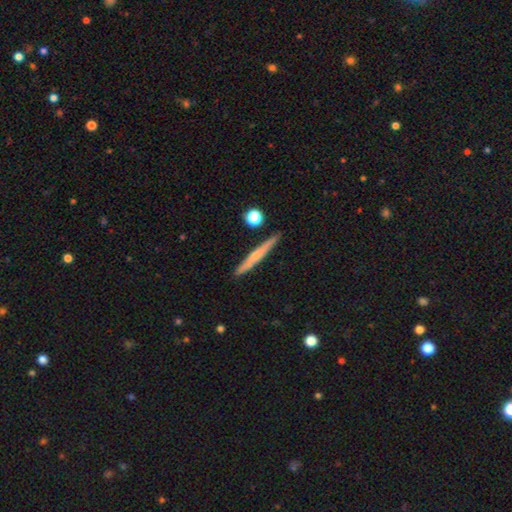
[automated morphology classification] Smooth or featured? smooth (47%)
Merging? none (88%)